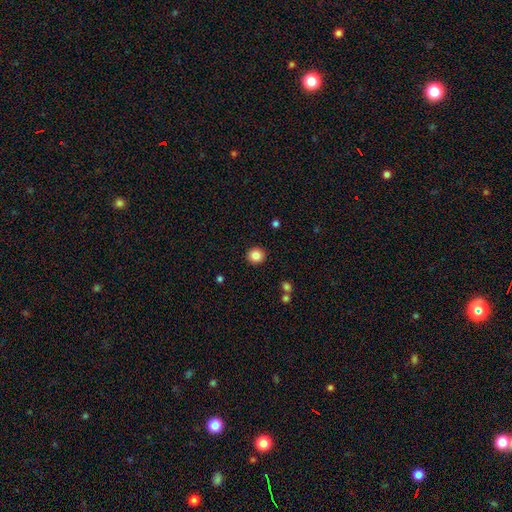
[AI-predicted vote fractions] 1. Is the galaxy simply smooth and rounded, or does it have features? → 86% smooth, 10% star or artifact, 5% featured or disk.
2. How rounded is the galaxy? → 92% round, 7% in between, 1% cigar-shaped.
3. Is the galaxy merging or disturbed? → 92% none, 5% minor disturbance, 2% major disturbance, 1% merger.